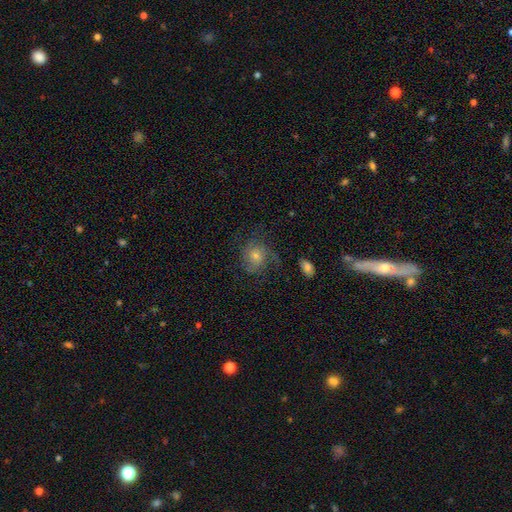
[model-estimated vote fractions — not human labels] Smooth or featured?
  - featured or disk: 61% *
  - smooth: 26%
  - star or artifact: 13%
Edge-on disk?
  - no: 97% *
  - yes: 3%
Bar?
  - no: 76% *
  - weak: 20%
  - strong: 3%
Spiral arms?
  - yes: 88% *
  - no: 12%
Spiral winding?
  - medium: 43% *
  - tight: 35%
  - loose: 22%
Spiral arm count?
  - 2: 33% *
  - can't tell: 30%
  - 3: 19%
  - 1: 7%
  - 4: 6%
  - more than 4: 5%
Bulge size?
  - small: 46% *
  - moderate: 44%
  - large: 5%
  - none: 3%
  - dominant: 1%
Merging?
  - none: 65% *
  - minor disturbance: 18%
  - major disturbance: 15%
  - merger: 2%